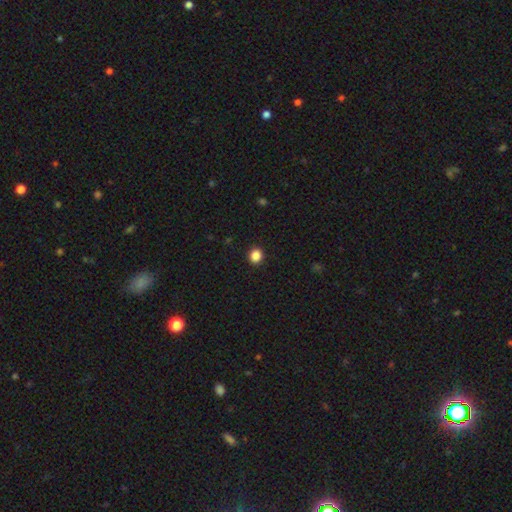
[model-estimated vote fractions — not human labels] Smooth or featured?
  - smooth: 87% *
  - star or artifact: 10%
  - featured or disk: 3%
How rounded?
  - round: 77% *
  - in between: 22%
  - cigar-shaped: 1%
Merging?
  - none: 92% *
  - minor disturbance: 5%
  - major disturbance: 2%
  - merger: 1%